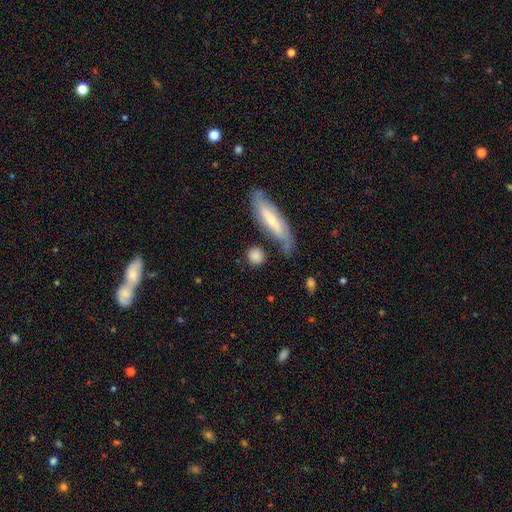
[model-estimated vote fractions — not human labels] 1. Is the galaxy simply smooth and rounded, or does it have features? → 80% smooth, 14% featured or disk, 7% star or artifact.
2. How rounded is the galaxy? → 73% round, 15% in between, 12% cigar-shaped.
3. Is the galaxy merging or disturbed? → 74% none, 13% minor disturbance, 8% merger, 5% major disturbance.